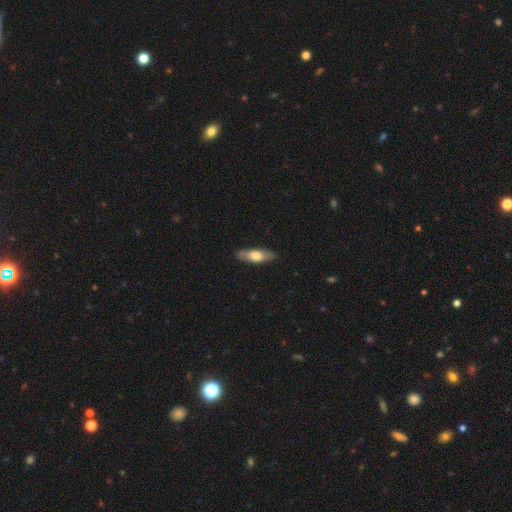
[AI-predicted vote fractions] Morphology: type=smooth (57%); roundness=in between (54%); merging=none (82%).